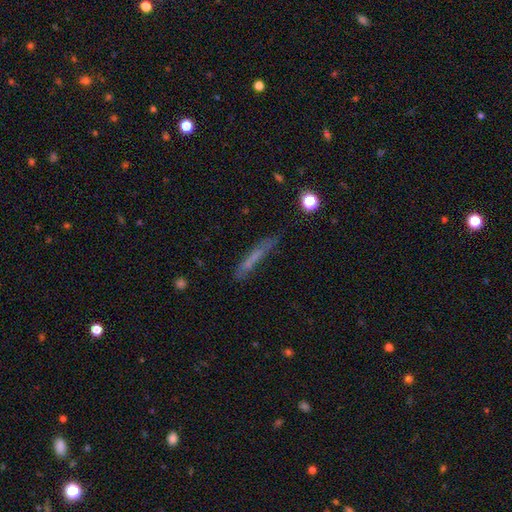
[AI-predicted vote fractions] Smooth or featured: smooth — 54% (featured or disk — 34%)
How rounded: cigar-shaped — 92% (in between — 6%)
Merging: none — 67% (minor disturbance — 21%)